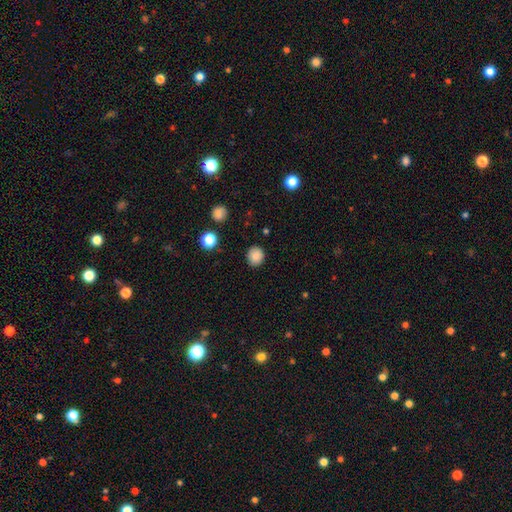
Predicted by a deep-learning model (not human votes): Q: Smooth or featured?
A: smooth (86%); runner-up: star or artifact (10%)
Q: How rounded?
A: round (85%); runner-up: in between (14%)
Q: Merging?
A: none (88%); runner-up: minor disturbance (8%)